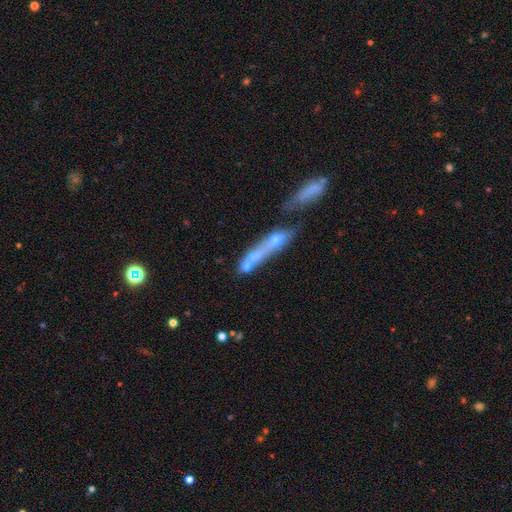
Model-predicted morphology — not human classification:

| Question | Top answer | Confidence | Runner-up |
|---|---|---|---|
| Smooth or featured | smooth | 50% | featured or disk (37%) |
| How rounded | cigar-shaped | 71% | in between (20%) |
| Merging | merger | 42% | none (29%) |